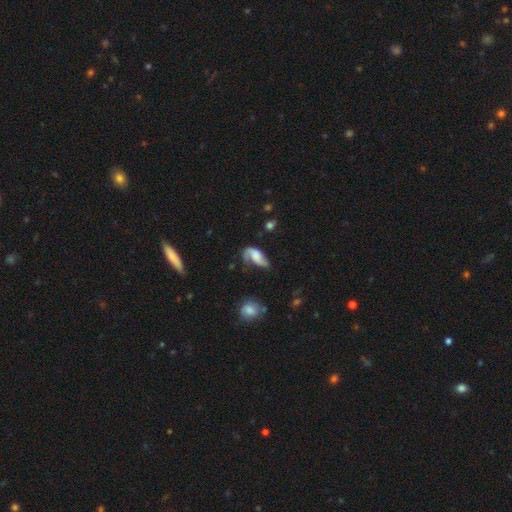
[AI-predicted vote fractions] Smooth or featured? featured or disk (55%)
Edge-on disk? no (94%)
Bar? no (61%)
Spiral arms? yes (87%)
Bulge size? none (35%)
Merging? none (41%)